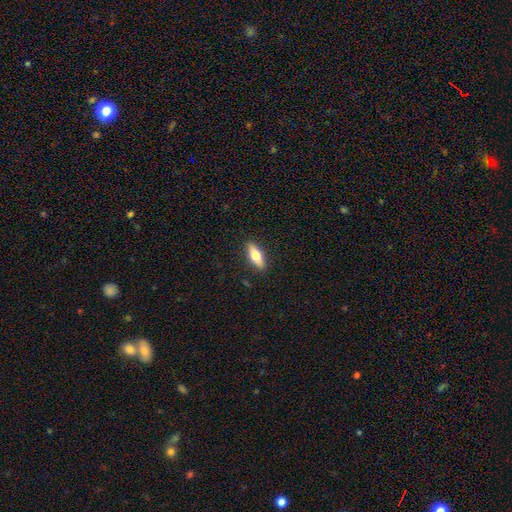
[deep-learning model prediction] Smooth or featured?
  - smooth: 61% *
  - featured or disk: 33%
  - star or artifact: 6%
How rounded?
  - in between: 55% *
  - cigar-shaped: 43%
  - round: 3%
Merging?
  - none: 90% *
  - minor disturbance: 8%
  - major disturbance: 2%
  - merger: 1%